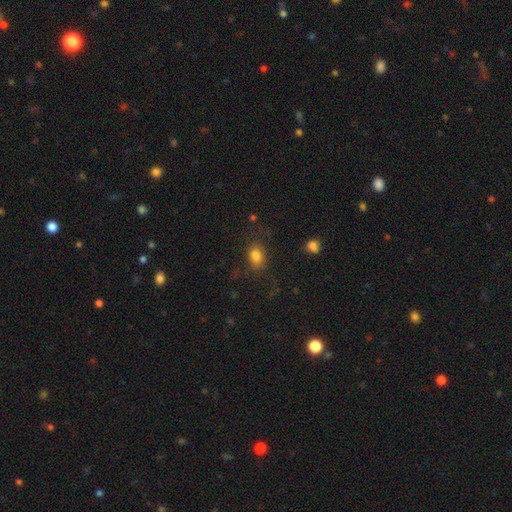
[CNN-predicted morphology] type=smooth (82%); roundness=in between (74%); merging=none (74%).